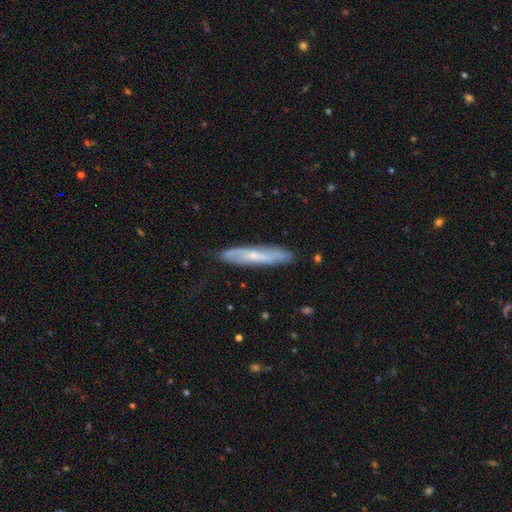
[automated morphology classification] smooth-or-featured: featured or disk: 55% | smooth: 37% | star or artifact: 7%
  disk-edge-on: yes: 62% | no: 38%
  merging: none: 82% | minor disturbance: 14% | major disturbance: 3% | merger: 1%